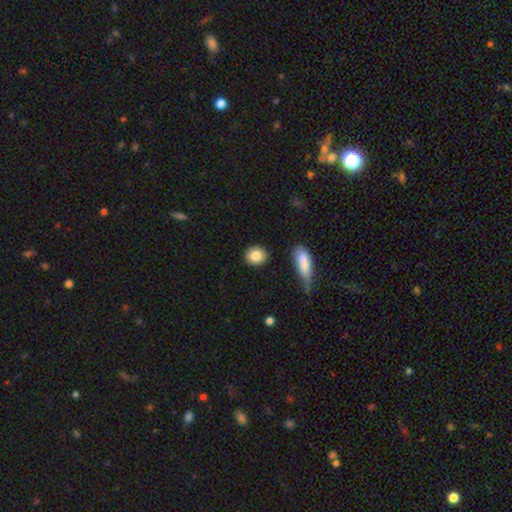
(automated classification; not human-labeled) Morphology: type=smooth (86%); roundness=round (68%); merging=none (88%).